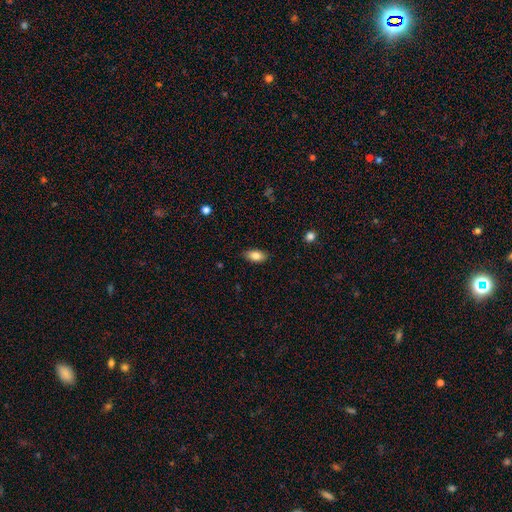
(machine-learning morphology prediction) This appears to be a smooth galaxy with no disk features (84%) that is in between round and cigar-shaped (90%). Merging: none (86%).